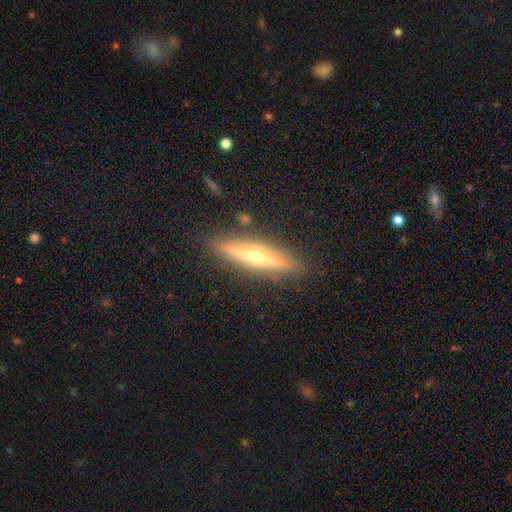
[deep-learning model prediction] A featured or disk galaxy (80%) viewed edge-on (97%) with a rounded central bulge (91%).

Vote fractions:
- Smooth or featured? featured or disk: 80% / smooth: 14% / star or artifact: 6%
- Edge-on disk? yes: 97% / no: 3%
- Edge-on bulge? rounded: 91% / none: 6% / boxy: 3%
- Merging? none: 89% / minor disturbance: 7% / major disturbance: 2% / merger: 2%